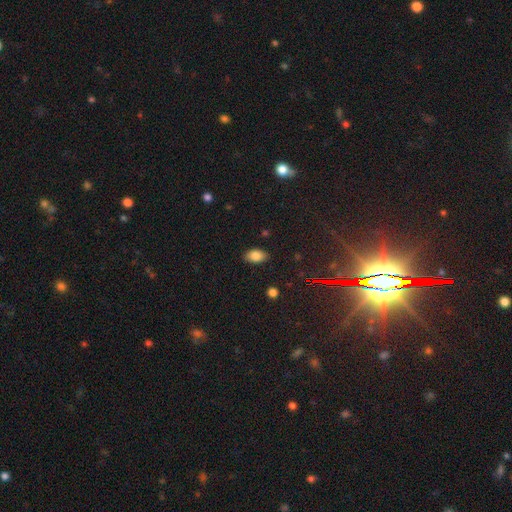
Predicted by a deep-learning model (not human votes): Smooth or featured? Predicted: smooth (p=0.83). How rounded? Predicted: in between (p=0.91). Merging? Predicted: none (p=0.85).